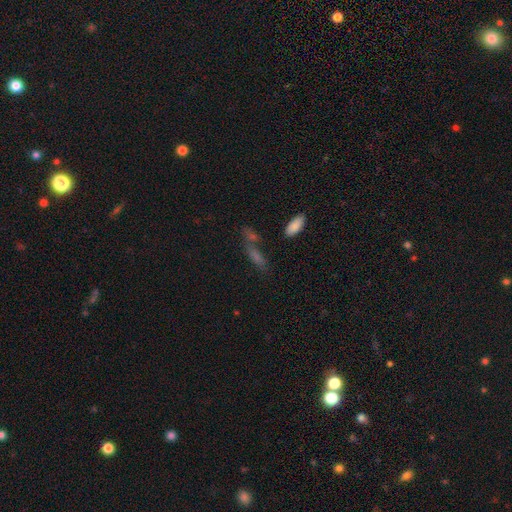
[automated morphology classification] smooth-or-featured: smooth: 53% | star or artifact: 24% | featured or disk: 23%
  how-rounded: cigar-shaped: 49% | in between: 45% | round: 7%
  merging: none: 51% | merger: 27% | minor disturbance: 13% | major disturbance: 9%